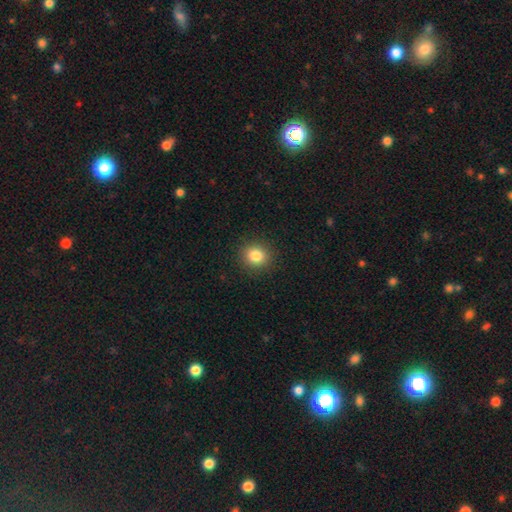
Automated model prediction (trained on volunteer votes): A smooth galaxy with no disk features (83%) that is round (85%). Merging: none (91%).